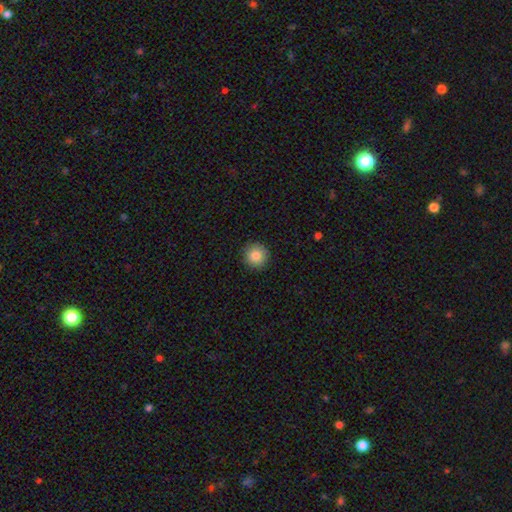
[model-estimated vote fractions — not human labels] A smooth galaxy with no disk features (85%) that is round (95%). Merging: none (92%).